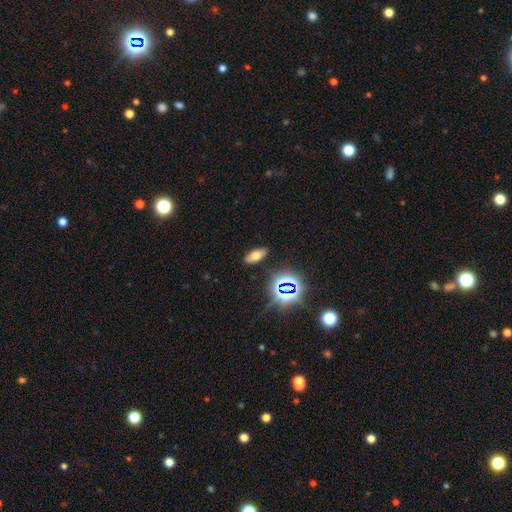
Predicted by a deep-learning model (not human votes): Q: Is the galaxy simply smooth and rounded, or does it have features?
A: smooth — 56%.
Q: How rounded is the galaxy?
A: in between — 81%.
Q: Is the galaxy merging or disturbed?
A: none — 87%.